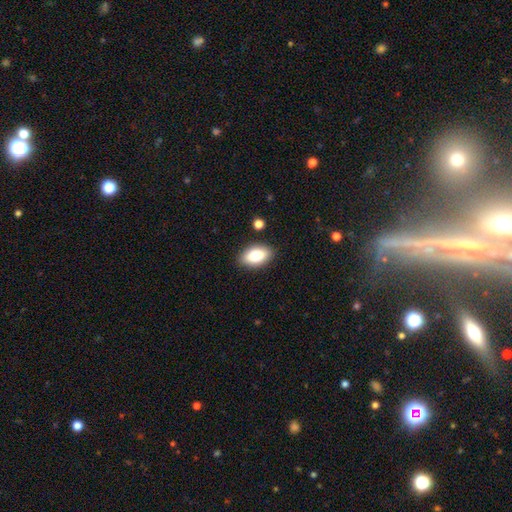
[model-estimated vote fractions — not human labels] The model was most divided on "smooth or featured": smooth: 80%, featured or disk: 13%, star or artifact: 8%. More confident: how rounded — in between (91%); merging — none (88%).